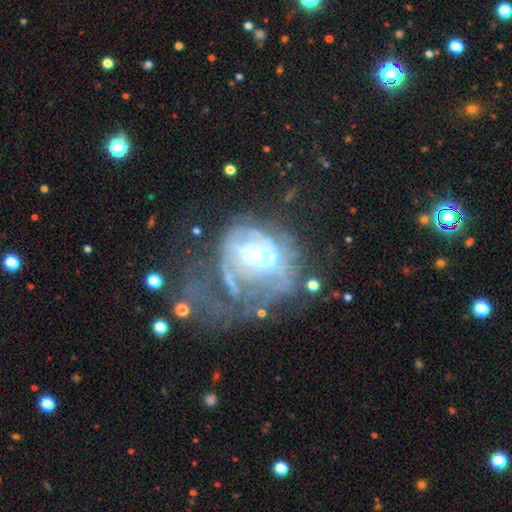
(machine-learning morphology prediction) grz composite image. It shows a featured or disk galaxy (75%) with no bar (64%), spiral arms (51%) and a moderate central bulge (62%). Merging: major disturbance (52%).